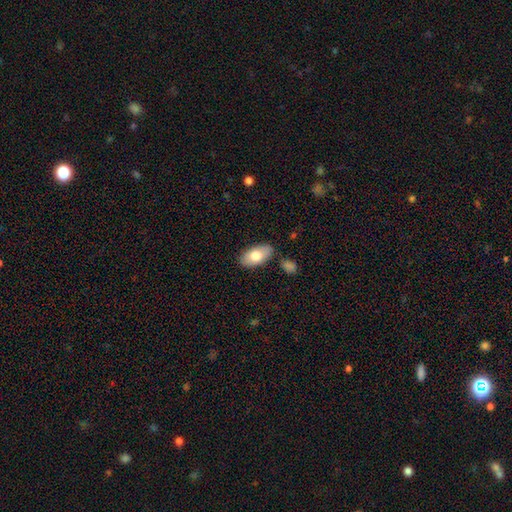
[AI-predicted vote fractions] Smooth or featured: smooth — 75% (featured or disk — 19%)
How rounded: in between — 94% (round — 3%)
Merging: none — 82% (minor disturbance — 12%)